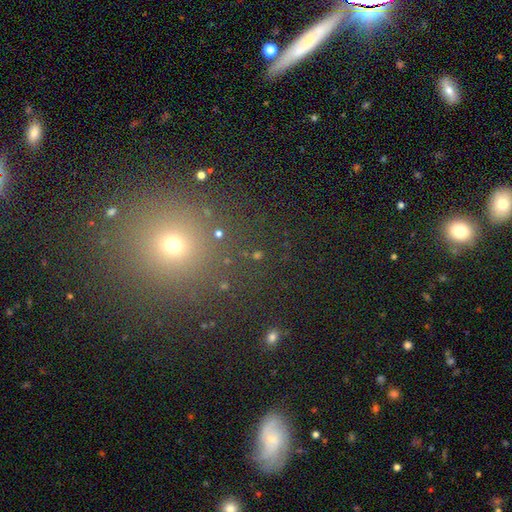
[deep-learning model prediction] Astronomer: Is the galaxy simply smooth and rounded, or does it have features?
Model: star or artifact — 48% (runner-up: smooth, 45%).